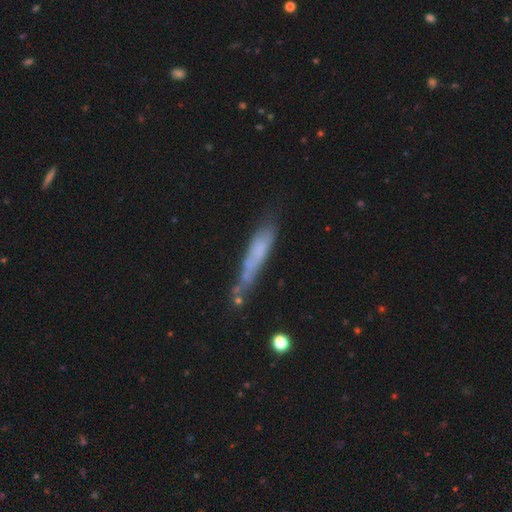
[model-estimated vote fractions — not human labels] A smooth galaxy with no disk features (52%) that is cigar-shaped (88%). Merging: none (54%).